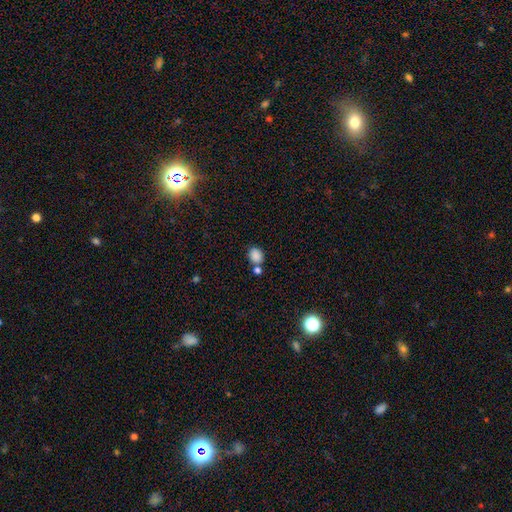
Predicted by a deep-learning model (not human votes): This is clearly a smooth galaxy (86%). How rounded: possibly in between (58%). Merging: likely none (61%).